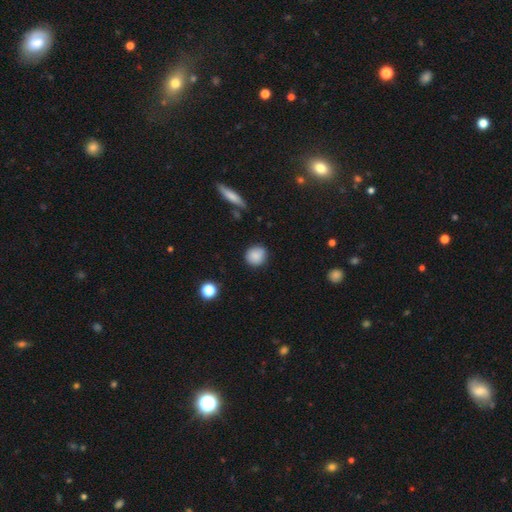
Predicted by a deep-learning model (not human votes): Smooth or featured: smooth — 87% (star or artifact — 8%)
How rounded: round — 86% (in between — 13%)
Merging: none — 85% (minor disturbance — 11%)